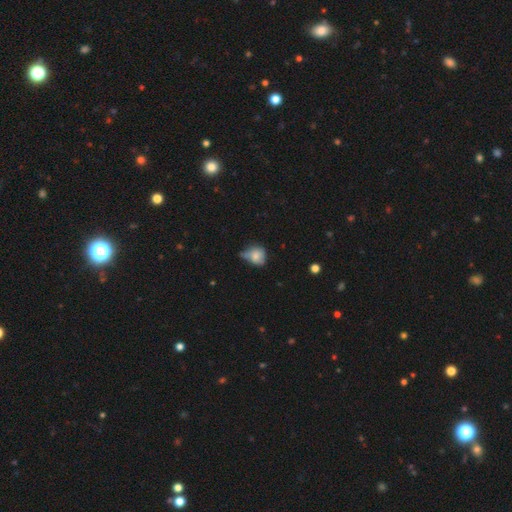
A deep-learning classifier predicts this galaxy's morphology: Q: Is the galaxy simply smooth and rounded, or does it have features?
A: smooth — 73%.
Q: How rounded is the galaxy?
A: round — 68%.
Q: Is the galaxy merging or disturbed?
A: none — 39%.